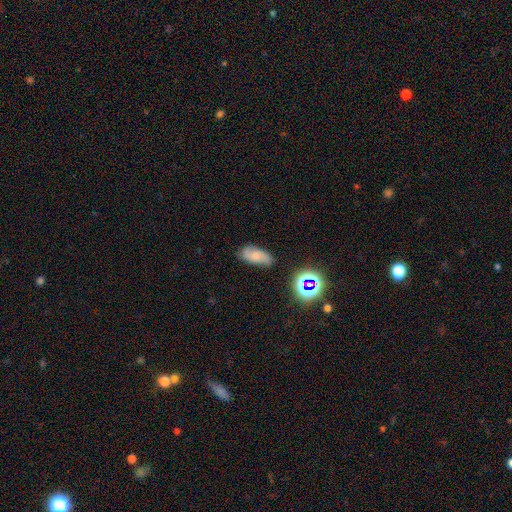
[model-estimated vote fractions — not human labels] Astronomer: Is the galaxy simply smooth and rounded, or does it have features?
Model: smooth — 45% (runner-up: featured or disk, 41%).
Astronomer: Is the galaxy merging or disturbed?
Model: none — 69%.